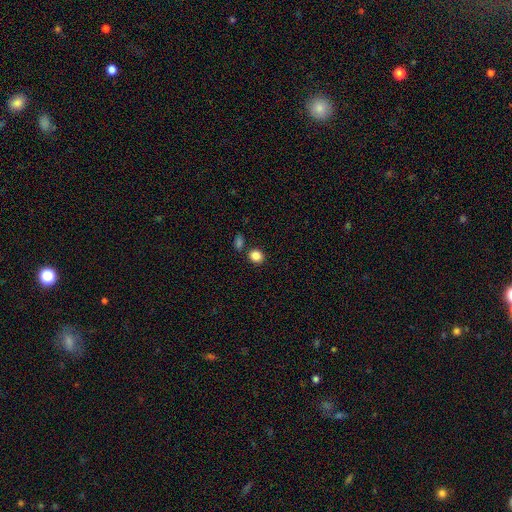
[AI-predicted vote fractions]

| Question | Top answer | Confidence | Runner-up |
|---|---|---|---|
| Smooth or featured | smooth | 86% | star or artifact (10%) |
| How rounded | round | 78% | in between (21%) |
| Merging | none | 81% | merger (8%) |